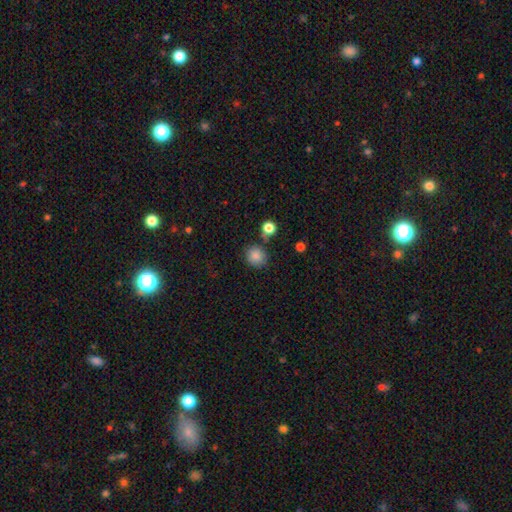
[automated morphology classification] A smooth galaxy with no disk features (85%) that is round (87%). Merging: none (77%).